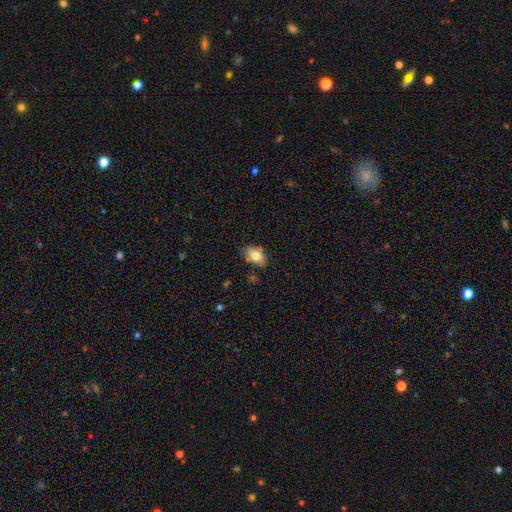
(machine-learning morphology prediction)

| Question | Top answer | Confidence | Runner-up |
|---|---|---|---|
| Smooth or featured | smooth | 75% | featured or disk (16%) |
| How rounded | in between | 88% | round (10%) |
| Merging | none | 67% | minor disturbance (24%) |